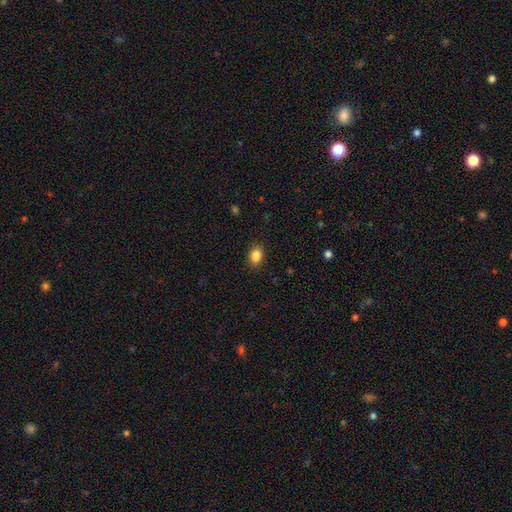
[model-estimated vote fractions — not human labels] This appears to be a smooth galaxy with no disk features (85%) that is in between round and cigar-shaped (73%). Merging: none (88%).